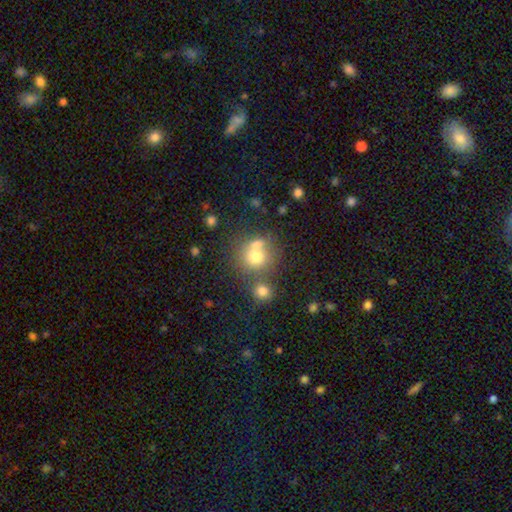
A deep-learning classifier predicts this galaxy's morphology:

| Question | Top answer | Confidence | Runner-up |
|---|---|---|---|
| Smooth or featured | smooth | 71% | featured or disk (16%) |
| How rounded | round | 85% | in between (14%) |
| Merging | none | 46% | merger (39%) |